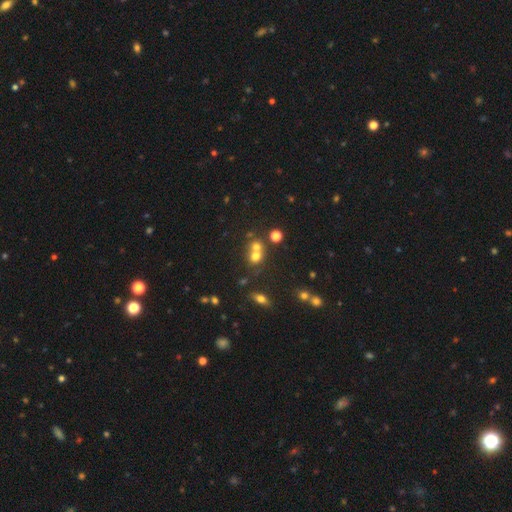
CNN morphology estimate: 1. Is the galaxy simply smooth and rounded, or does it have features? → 65% smooth, 19% star or artifact, 16% featured or disk.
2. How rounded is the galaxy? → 76% round, 22% in between, 1% cigar-shaped.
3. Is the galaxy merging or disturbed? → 54% merger, 37% none, 6% minor disturbance, 3% major disturbance.